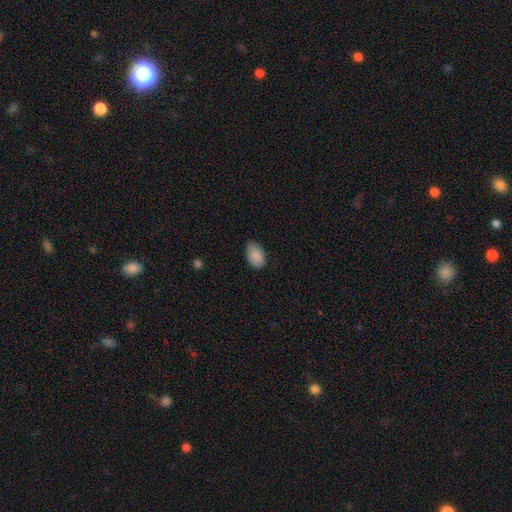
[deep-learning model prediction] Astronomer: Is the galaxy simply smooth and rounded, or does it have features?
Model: smooth — 89%.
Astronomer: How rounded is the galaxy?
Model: in between — 92%.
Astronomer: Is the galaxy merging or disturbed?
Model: none — 72%.